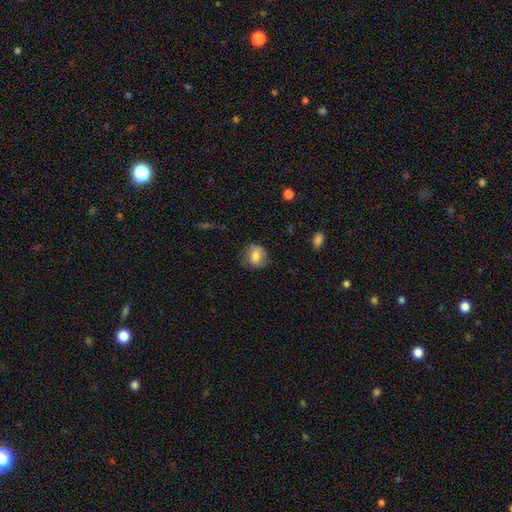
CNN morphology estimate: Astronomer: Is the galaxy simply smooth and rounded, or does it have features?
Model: smooth — 75%.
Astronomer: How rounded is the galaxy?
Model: round — 63%.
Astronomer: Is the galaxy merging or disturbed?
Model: none — 67%.